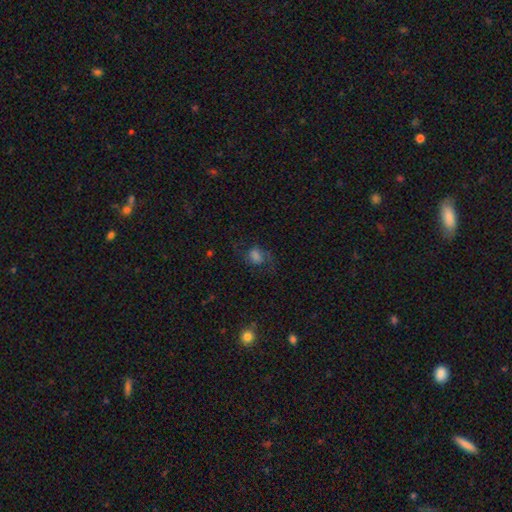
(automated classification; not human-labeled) This is possibly a smooth galaxy (48%). Merging: possibly none (56%).